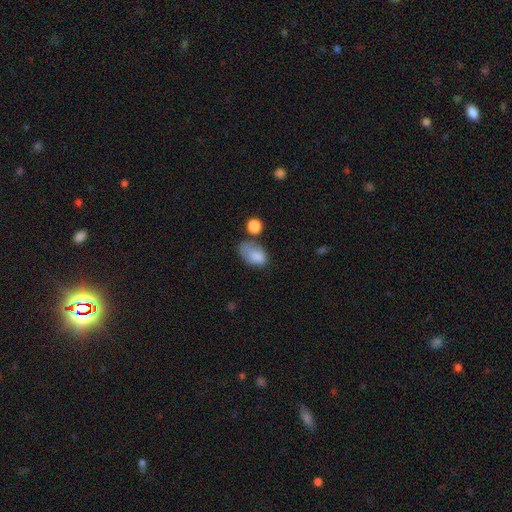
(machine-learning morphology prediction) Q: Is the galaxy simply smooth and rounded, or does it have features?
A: smooth — 80%.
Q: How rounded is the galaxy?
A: in between — 90%.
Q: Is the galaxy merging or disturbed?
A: none — 34%.